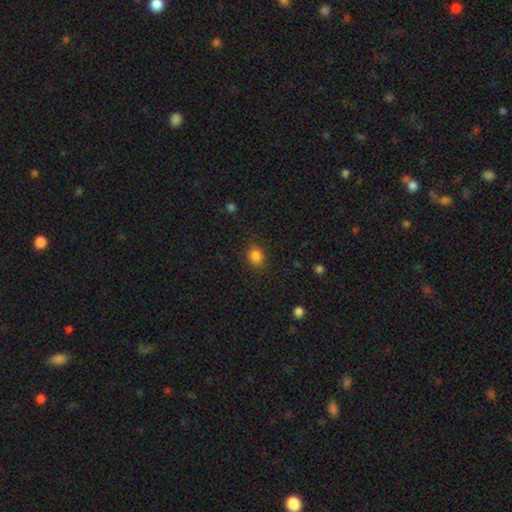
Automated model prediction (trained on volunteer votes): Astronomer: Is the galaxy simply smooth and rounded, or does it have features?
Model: smooth — 85%.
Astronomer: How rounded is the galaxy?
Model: round — 58% (runner-up: in between, 41%).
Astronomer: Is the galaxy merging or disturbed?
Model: none — 86%.